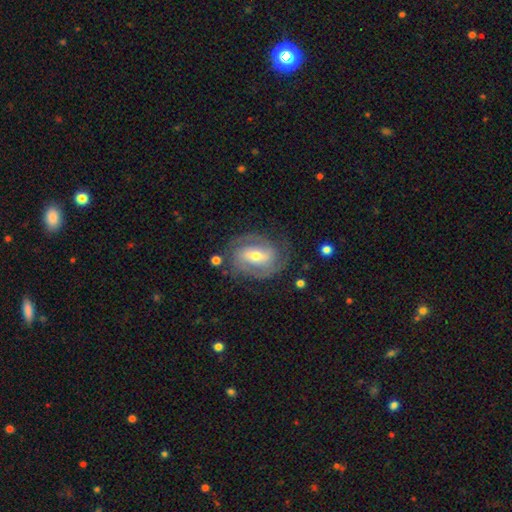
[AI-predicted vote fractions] featured or disk 80%, smooth 15%, star or artifact 6%. Down the decision tree: edge-on disk — no (96%); bar — strong (41%); spiral arms — yes (88%); spiral arm count — 2 (71%); spiral winding — tight (50%); bulge size — moderate (56%); merging — none (75%).